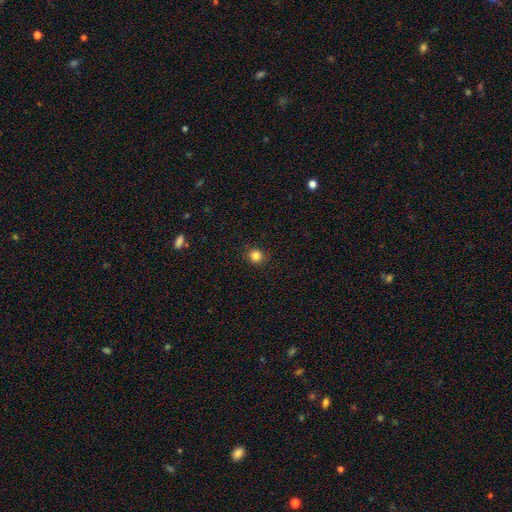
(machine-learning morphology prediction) Smooth or featured: smooth — 84% (star or artifact — 12%)
How rounded: round — 90% (in between — 9%)
Merging: none — 90% (minor disturbance — 7%)